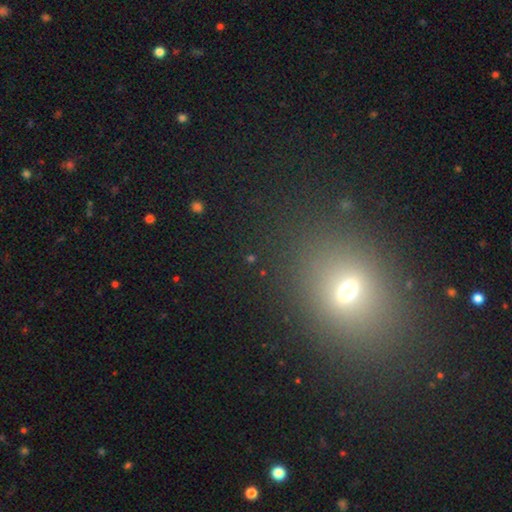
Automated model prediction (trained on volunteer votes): This is possibly a smooth galaxy (46%). Merging: clearly none (83%).